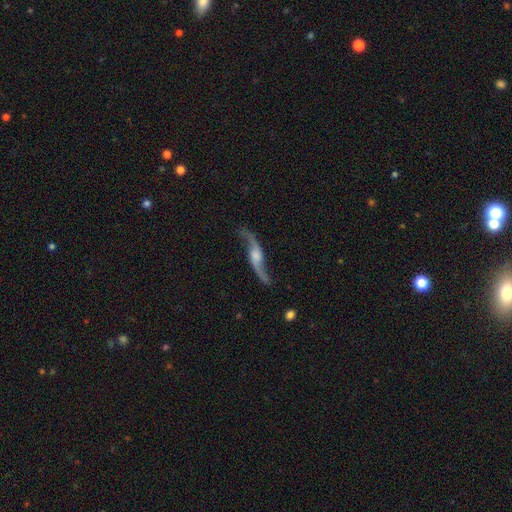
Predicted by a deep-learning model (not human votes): Q: Smooth or featured?
A: featured or disk (89%); runner-up: smooth (6%)
Q: Edge-on disk?
A: no (81%); runner-up: yes (19%)
Q: Bar?
A: no (54%); runner-up: weak (35%)
Q: Spiral arms?
A: yes (97%); runner-up: no (3%)
Q: Spiral winding?
A: loose (92%); runner-up: medium (6%)
Q: Spiral arm count?
A: 2 (94%); runner-up: 1 (2%)
Q: Bulge size?
A: moderate (40%); runner-up: small (25%)
Q: Merging?
A: none (79%); runner-up: minor disturbance (13%)